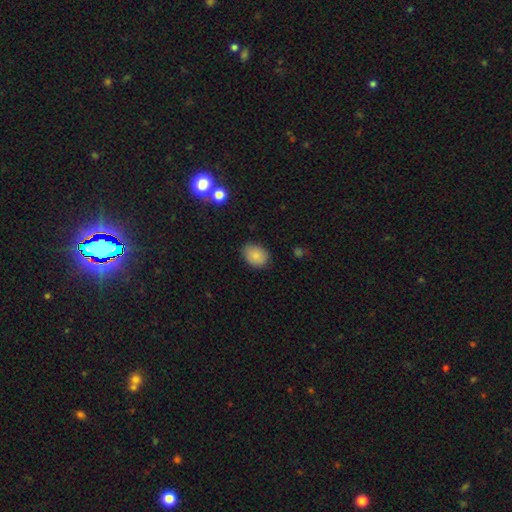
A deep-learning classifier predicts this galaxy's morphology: This is clearly a smooth galaxy (84%). How rounded: likely in between (66%). Merging: clearly none (82%).